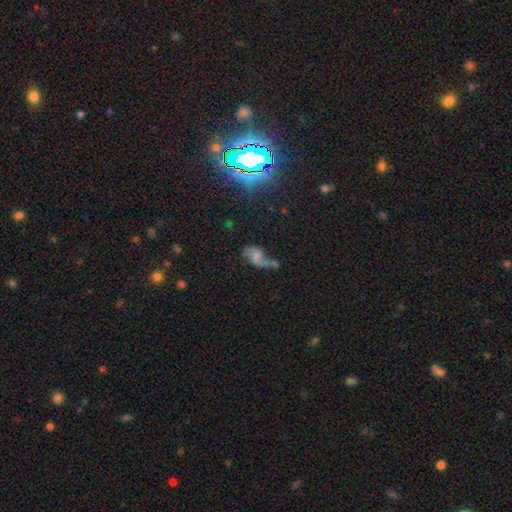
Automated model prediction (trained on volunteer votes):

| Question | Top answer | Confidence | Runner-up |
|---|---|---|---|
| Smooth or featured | featured or disk | 59% | smooth (27%) |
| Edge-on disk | no | 96% | yes (4%) |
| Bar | no | 53% | weak (36%) |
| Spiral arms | yes | 81% | no (19%) |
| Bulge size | none | 52% | small (24%) |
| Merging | none | 33% | merger (24%) |